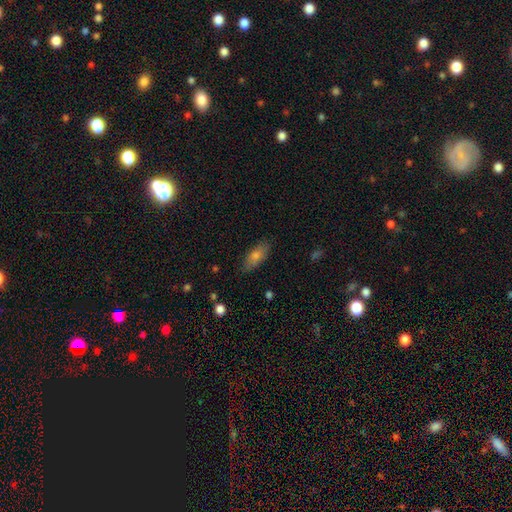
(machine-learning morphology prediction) smooth 69%, featured or disk 21%, star or artifact 10%. Down the decision tree: how rounded — in between (73%); merging — none (83%).